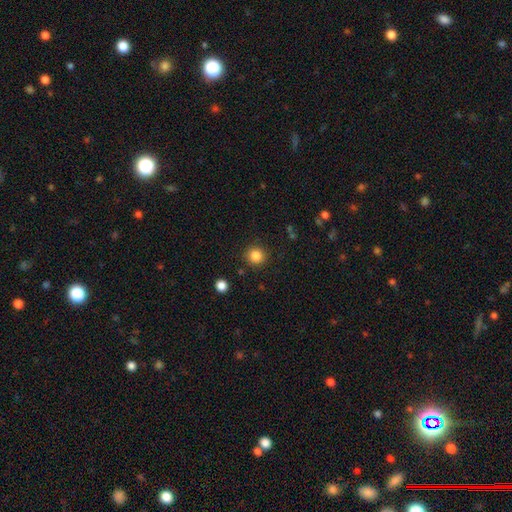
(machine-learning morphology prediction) type=smooth (85%); roundness=round (94%); merging=none (90%).